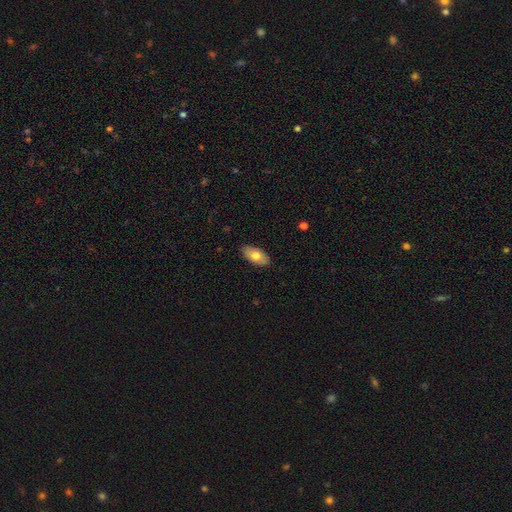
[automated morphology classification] smooth_or_featured: smooth (p=0.73) [alt: featured or disk p=0.21]
how_rounded: in between (p=0.92) [alt: cigar-shaped p=0.05]
merging: none (p=0.88) [alt: minor disturbance p=0.09]